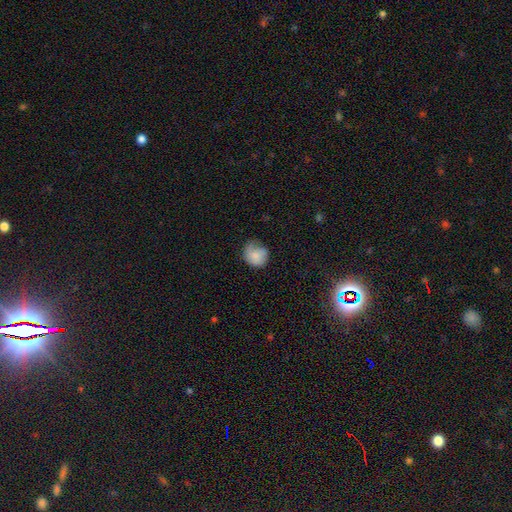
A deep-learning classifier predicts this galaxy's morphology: Smooth or featured? smooth (78%)
How rounded? round (77%)
Merging? none (49%)